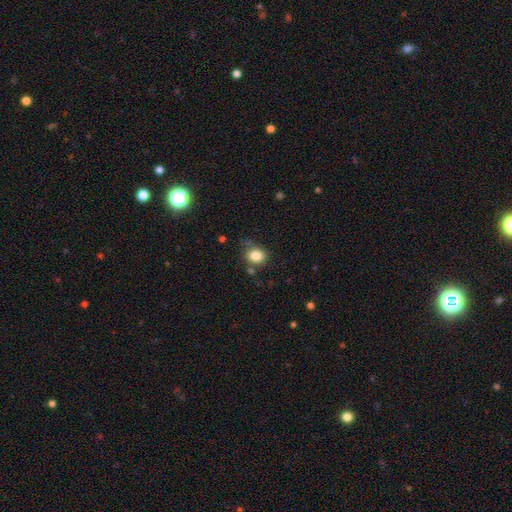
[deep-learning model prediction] Smooth or featured? smooth (83%)
How rounded? round (59%)
Merging? none (70%)